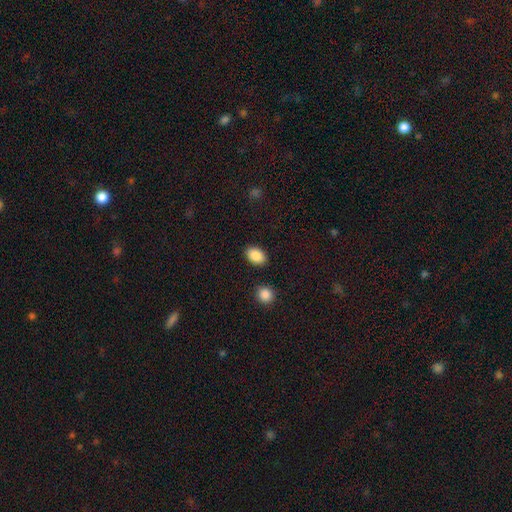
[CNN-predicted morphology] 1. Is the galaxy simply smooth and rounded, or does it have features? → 89% smooth, 7% star or artifact, 4% featured or disk.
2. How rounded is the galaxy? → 83% in between, 16% round, 1% cigar-shaped.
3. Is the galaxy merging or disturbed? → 87% none, 8% minor disturbance, 3% merger, 2% major disturbance.